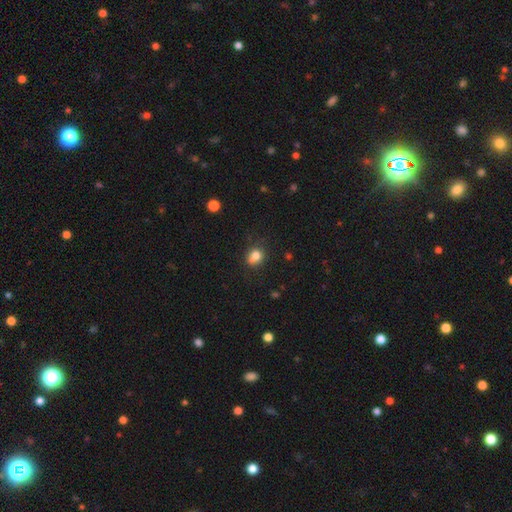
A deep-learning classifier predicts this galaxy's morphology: smooth-or-featured: smooth: 78% | star or artifact: 12% | featured or disk: 10%
  how-rounded: round: 69% | in between: 30% | cigar-shaped: 1%
  merging: none: 57% | minor disturbance: 20% | merger: 17% | major disturbance: 6%